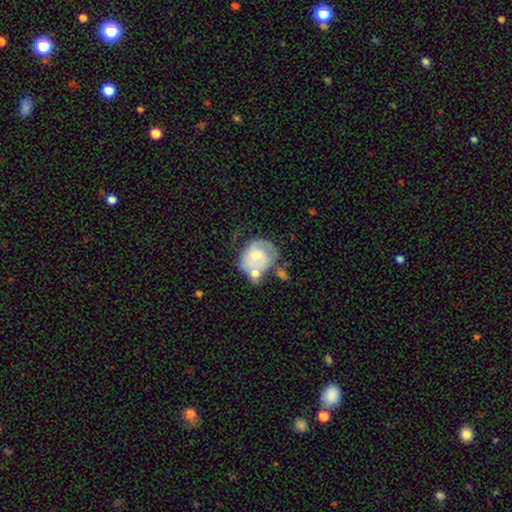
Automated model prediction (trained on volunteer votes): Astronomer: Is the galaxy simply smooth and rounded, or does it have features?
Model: featured or disk — 63%.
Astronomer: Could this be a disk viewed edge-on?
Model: no — 97%.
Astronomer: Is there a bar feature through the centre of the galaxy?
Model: no — 71%.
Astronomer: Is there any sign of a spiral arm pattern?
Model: yes — 72%.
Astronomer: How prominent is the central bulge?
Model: moderate — 56% (runner-up: small, 36%).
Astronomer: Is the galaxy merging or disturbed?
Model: merger — 36% (runner-up: none, 28%).